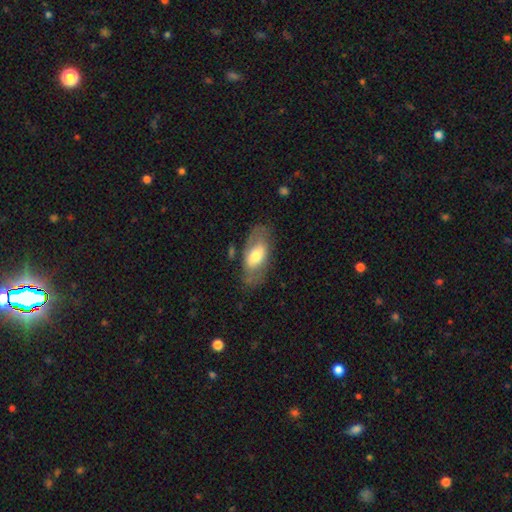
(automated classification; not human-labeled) Smooth or featured?
  - smooth: 53% *
  - featured or disk: 41%
  - star or artifact: 6%
How rounded?
  - in between: 90% *
  - cigar-shaped: 5%
  - round: 5%
Merging?
  - none: 67% *
  - minor disturbance: 20%
  - major disturbance: 9%
  - merger: 3%